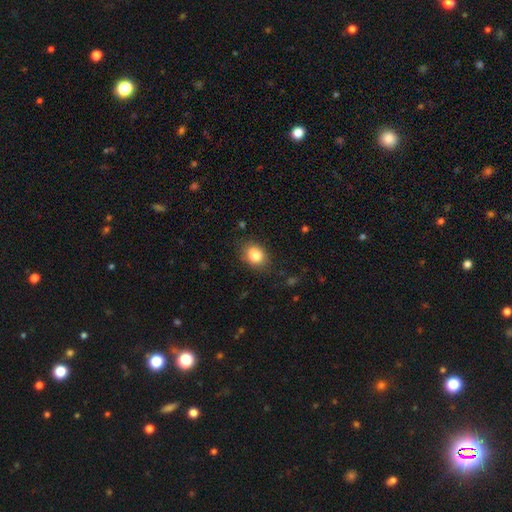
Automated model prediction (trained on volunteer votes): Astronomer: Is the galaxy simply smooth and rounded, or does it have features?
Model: smooth — 83%.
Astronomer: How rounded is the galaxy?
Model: in between — 56% (runner-up: round, 43%).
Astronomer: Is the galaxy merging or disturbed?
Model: none — 79%.